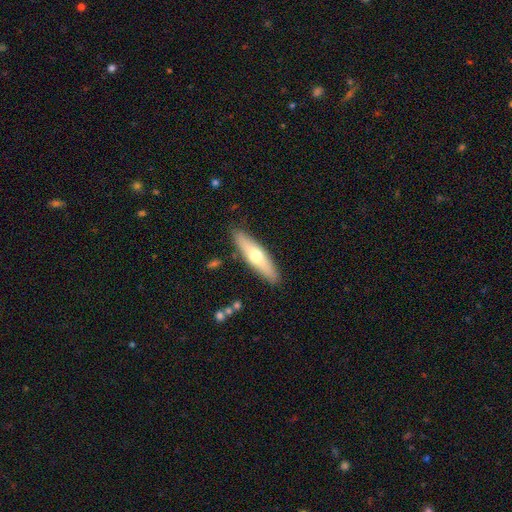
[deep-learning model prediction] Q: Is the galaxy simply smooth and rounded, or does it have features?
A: smooth — 53%.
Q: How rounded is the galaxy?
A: cigar-shaped — 72%.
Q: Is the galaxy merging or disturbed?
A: none — 88%.